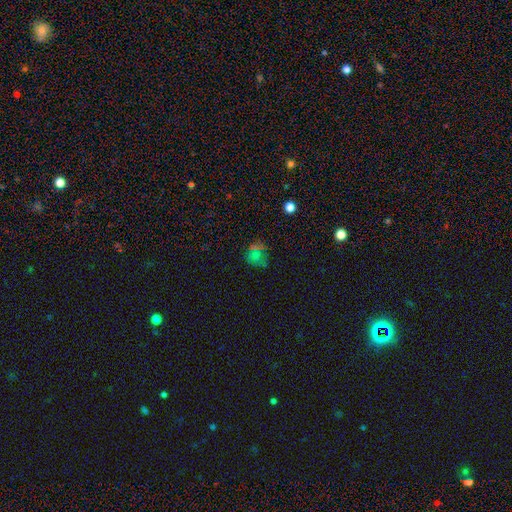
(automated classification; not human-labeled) The model was most divided on "smooth or featured": smooth: 56%, star or artifact: 25%, featured or disk: 19%. More confident: how rounded — round (75%); merging — none (52%).